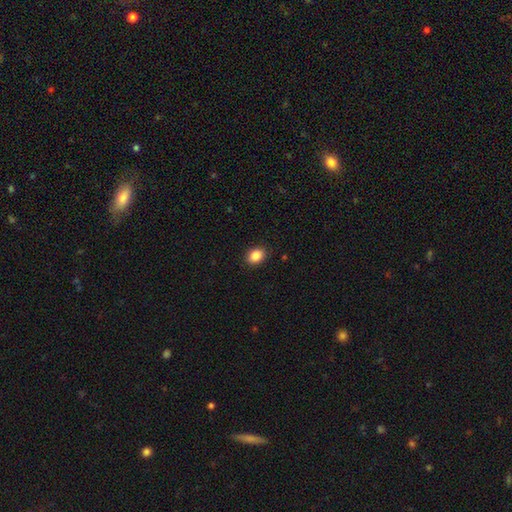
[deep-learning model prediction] Smooth or featured: smooth — 87% (star or artifact — 9%)
How rounded: in between — 66% (round — 33%)
Merging: none — 88% (minor disturbance — 8%)